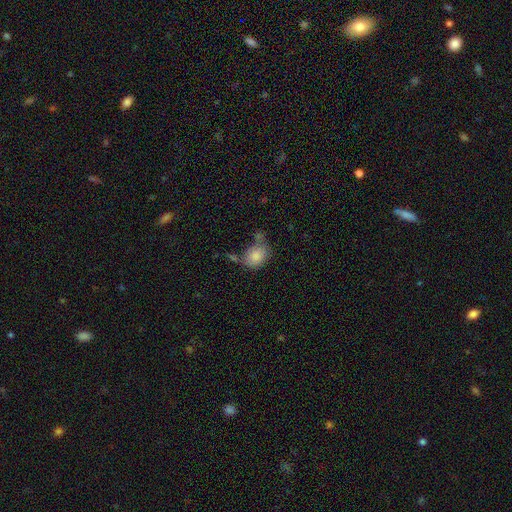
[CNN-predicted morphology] Smooth or featured?
  - smooth: 84% *
  - star or artifact: 8%
  - featured or disk: 8%
How rounded?
  - in between: 57% *
  - round: 41%
  - cigar-shaped: 1%
Merging?
  - none: 51% *
  - minor disturbance: 22%
  - merger: 18%
  - major disturbance: 9%